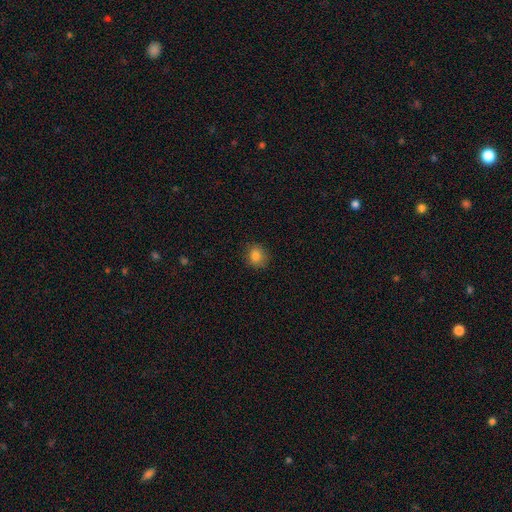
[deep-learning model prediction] smooth_or_featured: smooth (p=0.83) [alt: star or artifact p=0.11]
how_rounded: round (p=0.79) [alt: in between p=0.20]
merging: none (p=0.87) [alt: minor disturbance p=0.10]